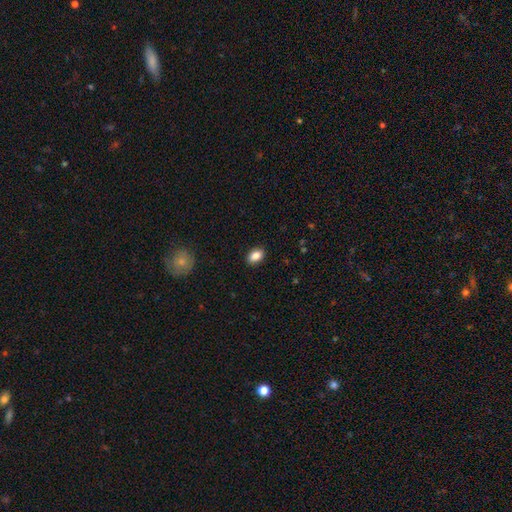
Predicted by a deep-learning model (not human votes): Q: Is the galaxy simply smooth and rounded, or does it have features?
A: smooth — 86%.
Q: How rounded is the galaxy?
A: in between — 83%.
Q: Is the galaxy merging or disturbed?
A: none — 89%.